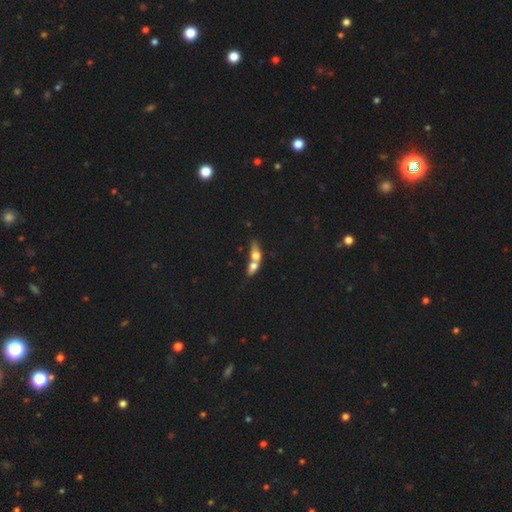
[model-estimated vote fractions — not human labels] Smooth or featured? Predicted: smooth (p=0.60). How rounded? Predicted: in between (p=0.58). Merging? Predicted: merger (p=0.72).